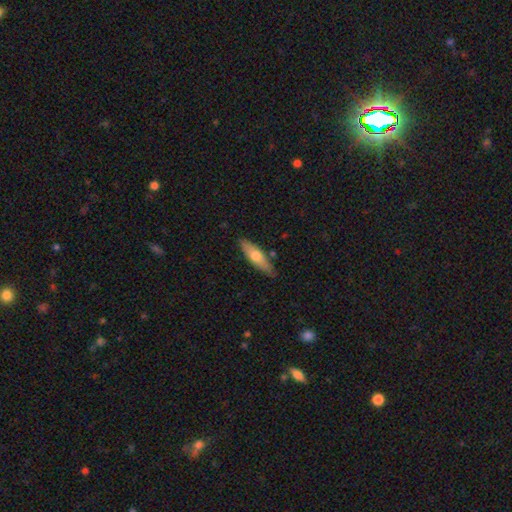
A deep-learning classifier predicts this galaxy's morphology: Q: Smooth or featured?
A: smooth (60%); runner-up: featured or disk (34%)
Q: How rounded?
A: cigar-shaped (54%); runner-up: in between (44%)
Q: Merging?
A: none (81%); runner-up: minor disturbance (14%)